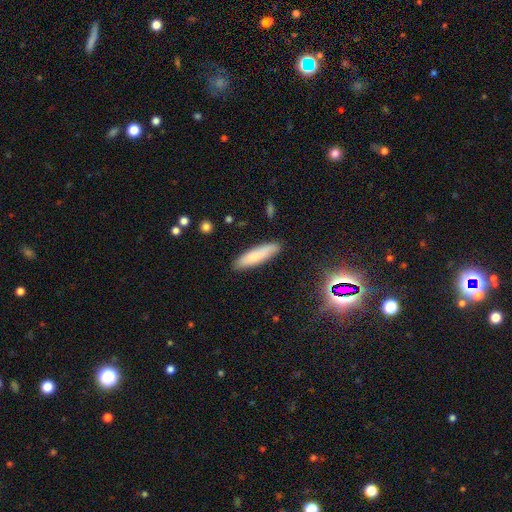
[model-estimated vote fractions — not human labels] A smooth galaxy with no disk features (78%) that is cigar-shaped (71%).

Vote fractions:
- Smooth or featured? smooth: 78% / featured or disk: 14% / star or artifact: 7%
- How rounded? cigar-shaped: 71% / in between: 27% / round: 1%
- Merging? none: 85% / minor disturbance: 11% / major disturbance: 2% / merger: 2%